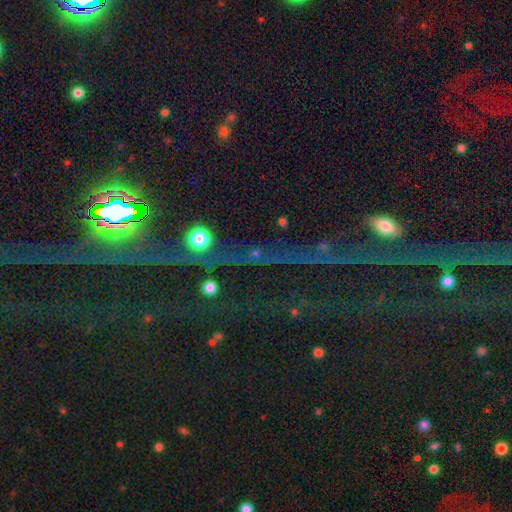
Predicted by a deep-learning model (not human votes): The model was most divided on "smooth or featured": star or artifact: 81%, featured or disk: 10%, smooth: 9%.